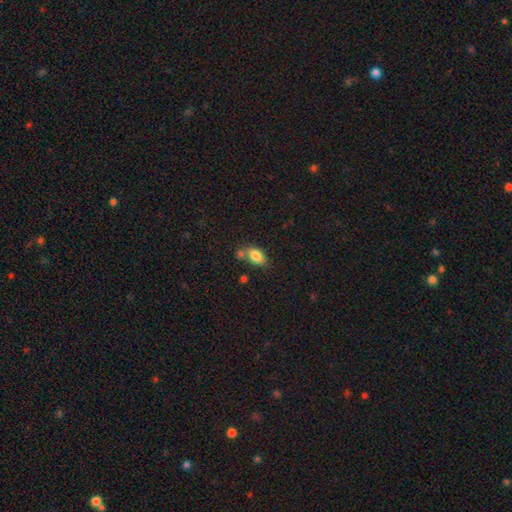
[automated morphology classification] smooth_or_featured: smooth (p=0.83) [alt: featured or disk p=0.09]
how_rounded: in between (p=0.88) [alt: round p=0.08]
merging: none (p=0.57) [alt: merger p=0.23]